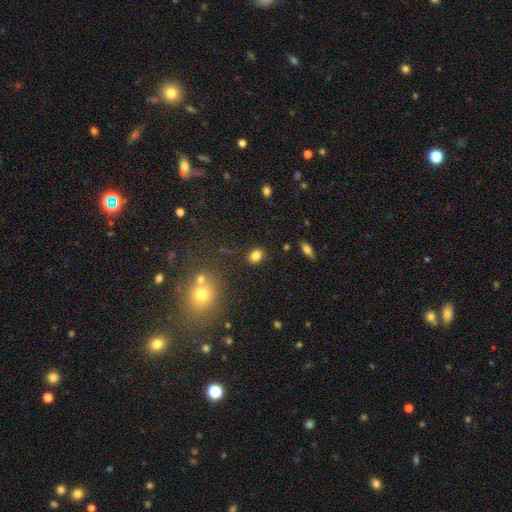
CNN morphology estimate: This is clearly a smooth galaxy (82%). How rounded: possibly round (55%). Merging: clearly none (85%).